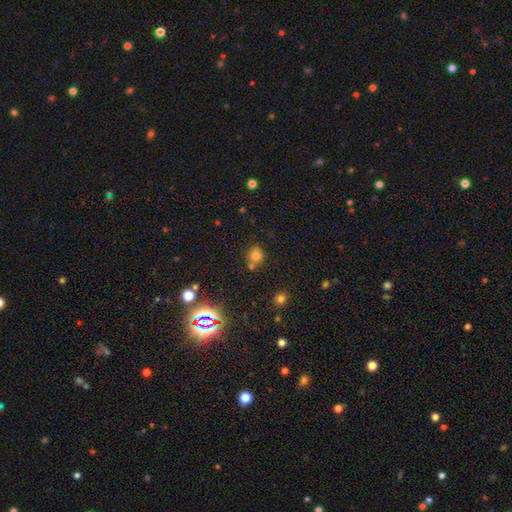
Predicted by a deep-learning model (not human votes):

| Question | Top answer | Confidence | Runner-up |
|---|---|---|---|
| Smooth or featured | smooth | 75% | star or artifact (17%) |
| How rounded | round | 83% | in between (16%) |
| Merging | none | 61% | merger (24%) |